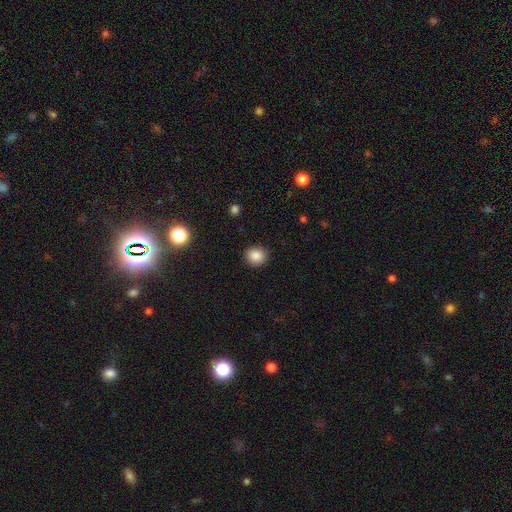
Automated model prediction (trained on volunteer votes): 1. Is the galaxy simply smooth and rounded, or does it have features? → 87% smooth, 10% star or artifact, 4% featured or disk.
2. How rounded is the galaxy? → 77% round, 22% in between, 1% cigar-shaped.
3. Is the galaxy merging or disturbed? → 90% none, 7% minor disturbance, 2% major disturbance, 1% merger.